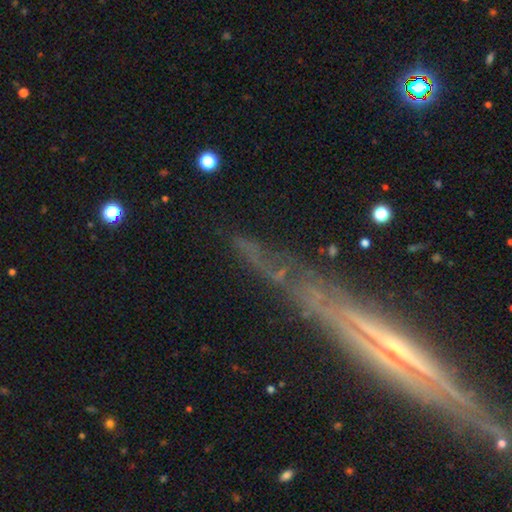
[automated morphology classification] A featured or disk galaxy (44%). Merging: none (68%).